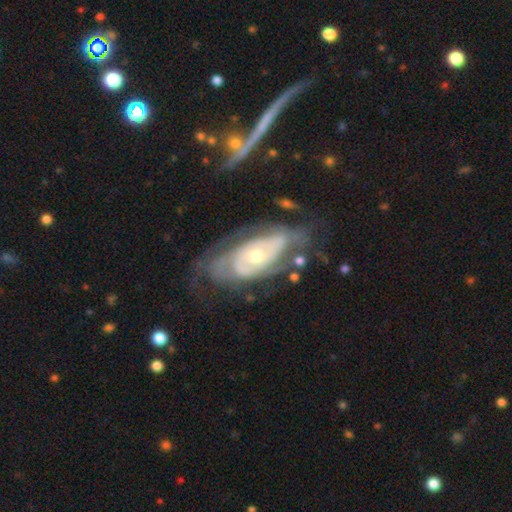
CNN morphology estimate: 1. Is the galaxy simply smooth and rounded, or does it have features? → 83% featured or disk, 12% smooth, 5% star or artifact.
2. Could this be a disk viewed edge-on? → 93% no, 7% yes.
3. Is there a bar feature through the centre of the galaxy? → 73% no, 21% weak, 7% strong.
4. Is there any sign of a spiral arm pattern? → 85% yes, 15% no.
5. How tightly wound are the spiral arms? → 66% tight, 25% medium, 9% loose.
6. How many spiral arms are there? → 46% can't tell, 32% 2, 10% 3, 5% 1, 4% 4, 3% more than 4.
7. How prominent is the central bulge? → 60% moderate, 34% small, 4% large, 1% none, 1% dominant.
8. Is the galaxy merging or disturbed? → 57% none, 23% minor disturbance, 16% major disturbance, 4% merger.